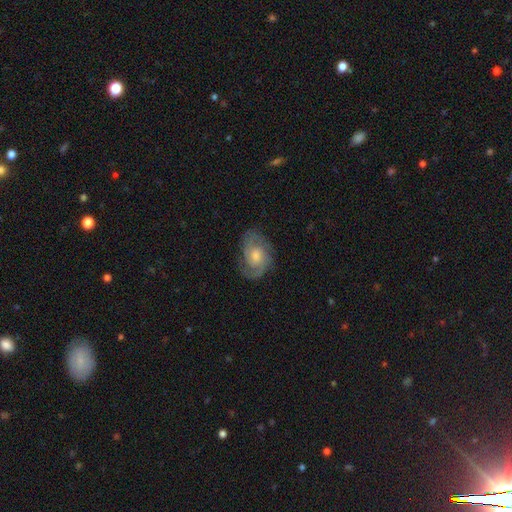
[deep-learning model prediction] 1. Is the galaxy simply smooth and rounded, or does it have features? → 80% featured or disk, 14% smooth, 7% star or artifact.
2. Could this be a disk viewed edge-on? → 97% no, 3% yes.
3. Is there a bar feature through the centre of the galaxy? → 71% no, 26% weak, 4% strong.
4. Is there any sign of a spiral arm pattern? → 95% yes, 5% no.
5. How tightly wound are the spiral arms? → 48% tight, 41% medium, 11% loose.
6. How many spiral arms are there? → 56% 2, 17% 3, 16% can't tell, 4% 1, 3% 4, 3% more than 4.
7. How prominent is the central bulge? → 61% moderate, 26% small, 9% large, 3% none, 1% dominant.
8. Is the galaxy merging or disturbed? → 75% none, 17% minor disturbance, 7% major disturbance, 1% merger.